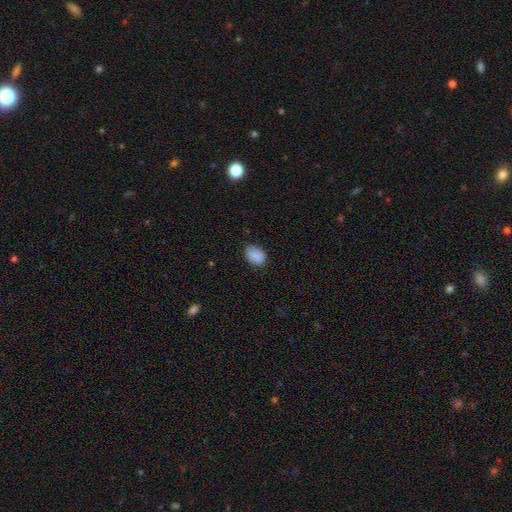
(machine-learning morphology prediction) Smooth or featured?
  - smooth: 88% *
  - star or artifact: 8%
  - featured or disk: 5%
How rounded?
  - in between: 77% *
  - round: 22%
  - cigar-shaped: 1%
Merging?
  - none: 79% *
  - minor disturbance: 16%
  - major disturbance: 3%
  - merger: 1%